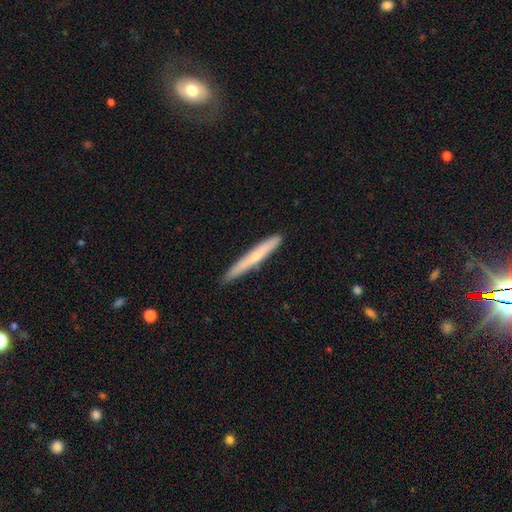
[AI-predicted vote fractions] smooth-or-featured: smooth: 56% | featured or disk: 38% | star or artifact: 6%
  how-rounded: cigar-shaped: 96% | in between: 2% | round: 1%
  merging: none: 89% | minor disturbance: 8% | major disturbance: 1% | merger: 1%